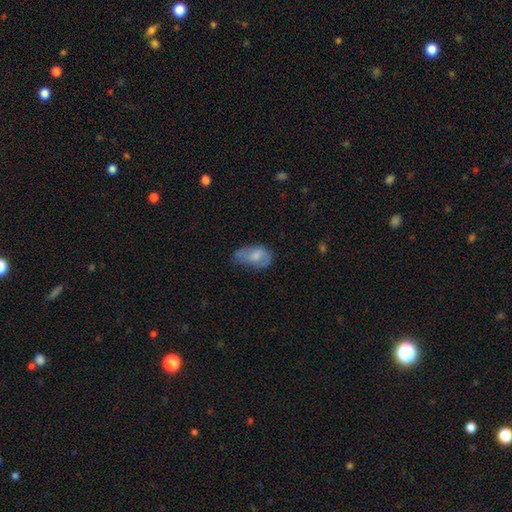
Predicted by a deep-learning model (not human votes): smooth_or_featured: smooth (p=0.61) [alt: featured or disk p=0.30]
how_rounded: in between (p=0.90) [alt: round p=0.07]
merging: none (p=0.38) [tied with: minor disturbance p=0.38]